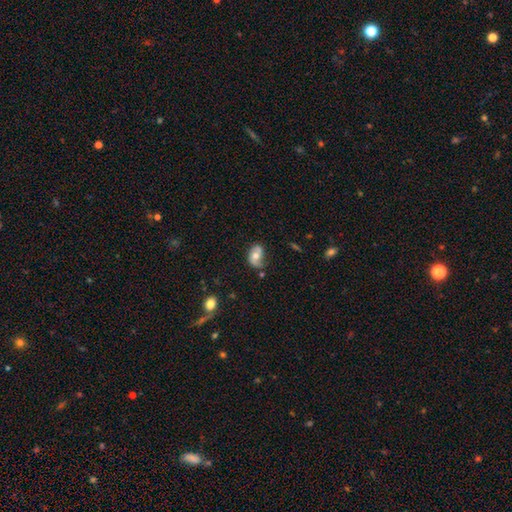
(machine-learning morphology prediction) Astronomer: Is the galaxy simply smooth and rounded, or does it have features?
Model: featured or disk — 52% (runner-up: smooth, 40%).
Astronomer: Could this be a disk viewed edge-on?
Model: no — 95%.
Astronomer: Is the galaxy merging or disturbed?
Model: none — 50% (runner-up: minor disturbance, 31%).